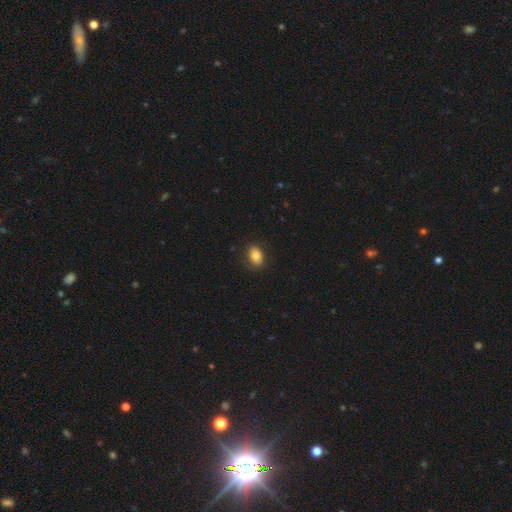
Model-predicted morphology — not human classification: This is clearly a smooth galaxy (81%). How rounded: likely in between (77%). Merging: clearly none (82%).